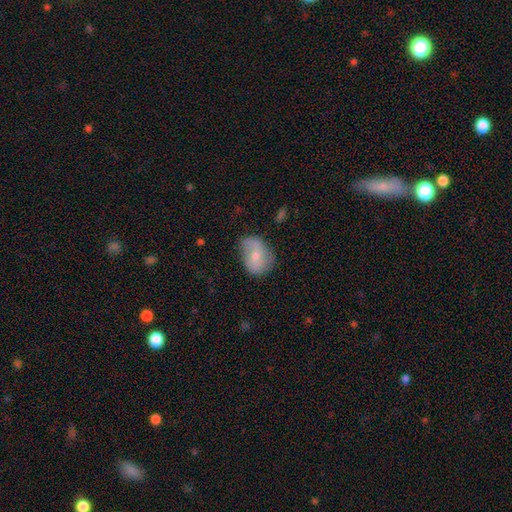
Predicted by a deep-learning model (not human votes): The model was most divided on "smooth or featured": smooth: 56%, featured or disk: 37%, star or artifact: 8%. More confident: how rounded — in between (69%); merging — none (57%).